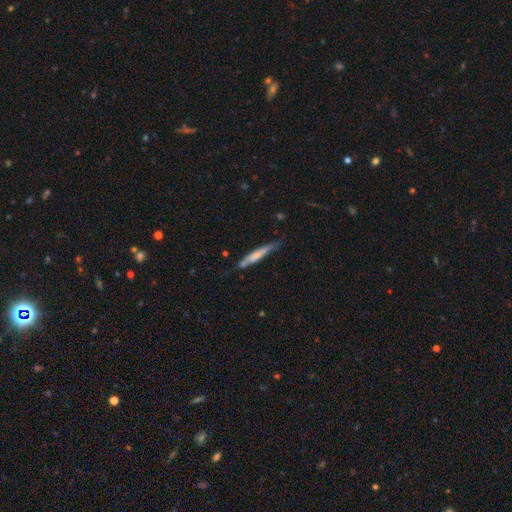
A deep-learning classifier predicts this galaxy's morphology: This appears to be a smooth galaxy with no disk features (58%) that is cigar-shaped (93%). Merging: none (64%).